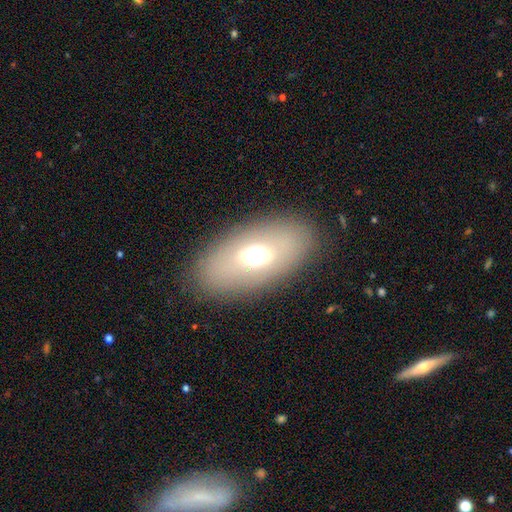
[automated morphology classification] smooth 56%, featured or disk 32%, star or artifact 11%. Down the decision tree: how rounded — in between (87%); merging — none (85%).